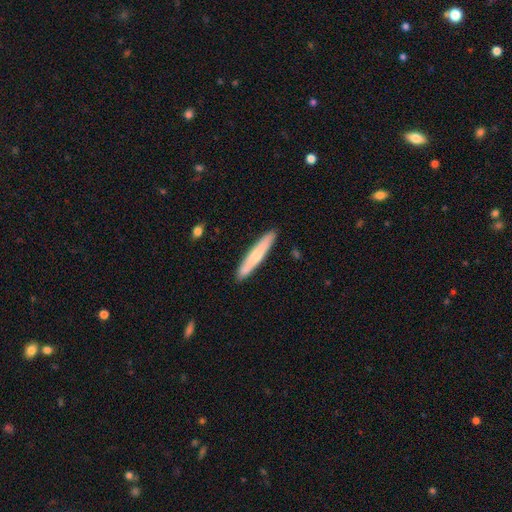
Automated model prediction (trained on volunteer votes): Morphology: type=smooth (65%); roundness=cigar-shaped (94%); merging=none (90%).